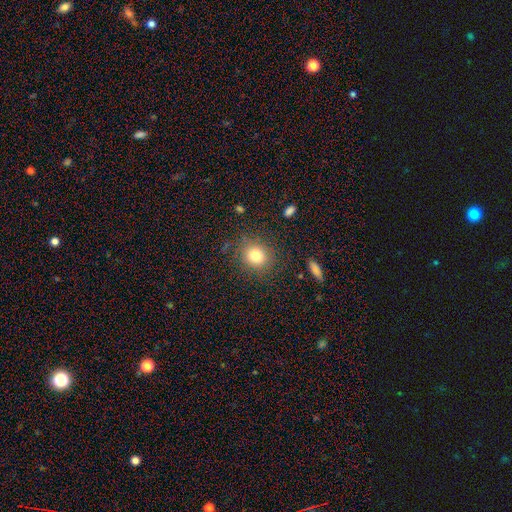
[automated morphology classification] Smooth or featured? Predicted: smooth (p=0.79). How rounded? Predicted: round (p=0.78). Merging? Predicted: none (p=0.84).